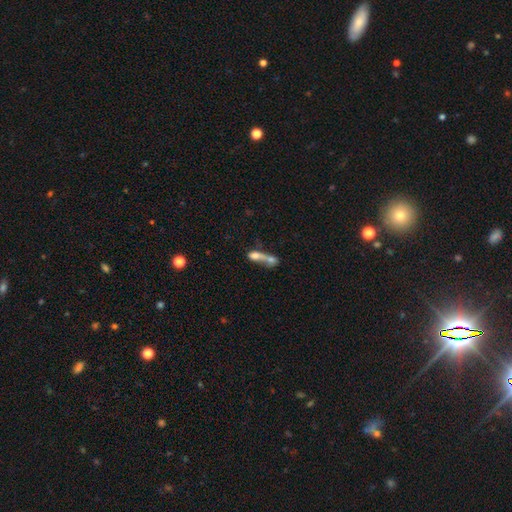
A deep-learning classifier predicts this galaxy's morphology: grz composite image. It shows a smooth galaxy with no disk features (63%) that is in between round and cigar-shaped (54%). Merging: merger (68%).